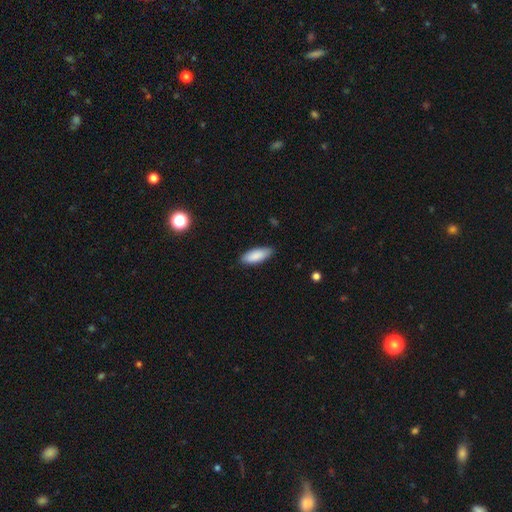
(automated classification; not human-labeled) smooth-or-featured: smooth: 88% | featured or disk: 6% | star or artifact: 6%
  how-rounded: in between: 74% | cigar-shaped: 24% | round: 2%
  merging: none: 83% | minor disturbance: 14% | major disturbance: 2% | merger: 1%